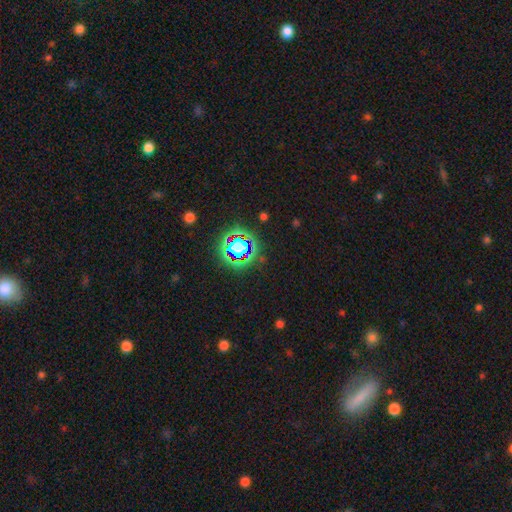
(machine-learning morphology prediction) Smooth or featured? star or artifact (75%)